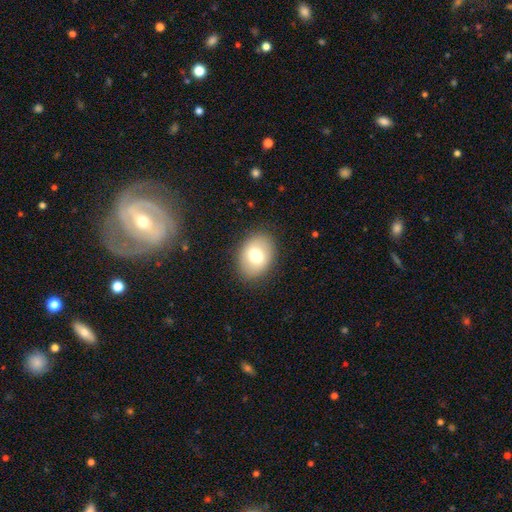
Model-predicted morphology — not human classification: A smooth galaxy with no disk features (71%) that is in between round and cigar-shaped (72%).

Vote fractions:
- Smooth or featured? smooth: 71% / featured or disk: 20% / star or artifact: 8%
- How rounded? in between: 72% / round: 27% / cigar-shaped: 1%
- Merging? none: 86% / minor disturbance: 10% / major disturbance: 3% / merger: 1%